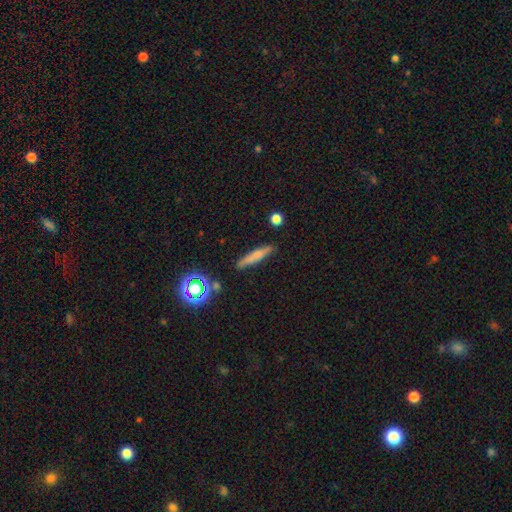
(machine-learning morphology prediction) A smooth galaxy with no disk features (65%) that is cigar-shaped (88%).

Vote fractions:
- Smooth or featured? smooth: 65% / featured or disk: 24% / star or artifact: 11%
- How rounded? cigar-shaped: 88% / in between: 9% / round: 3%
- Merging? none: 84% / minor disturbance: 11% / merger: 3% / major disturbance: 3%